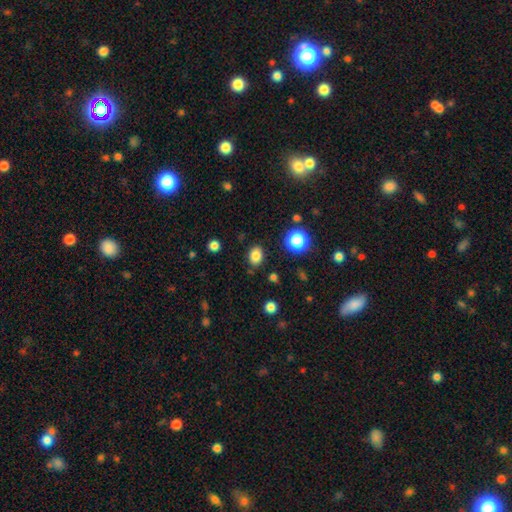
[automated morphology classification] Smooth or featured? Predicted: smooth (p=0.82). How rounded? Predicted: in between (p=0.63). Merging? Predicted: none (p=0.84).